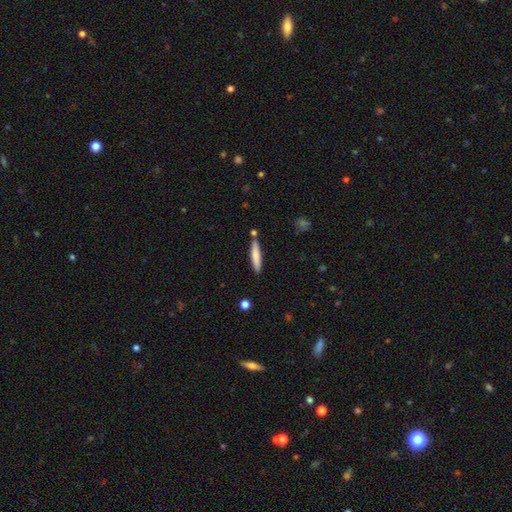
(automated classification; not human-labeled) Overall: smooth (74%). How rounded: cigar-shaped (91%). Merging: none (83%).